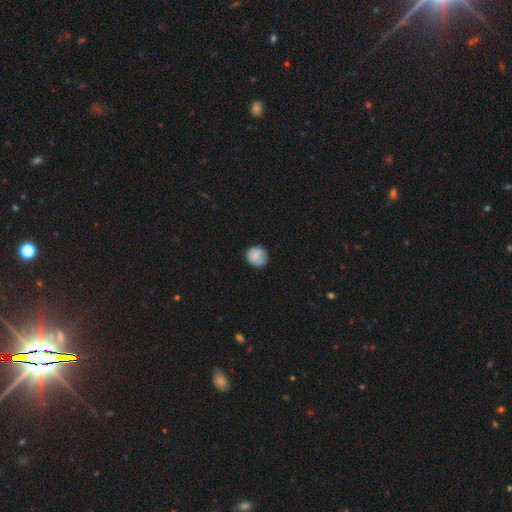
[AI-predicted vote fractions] smooth_or_featured: smooth (p=0.83) [alt: featured or disk p=0.10]
how_rounded: round (p=0.84) [alt: in between p=0.16]
merging: none (p=0.75) [alt: minor disturbance p=0.21]